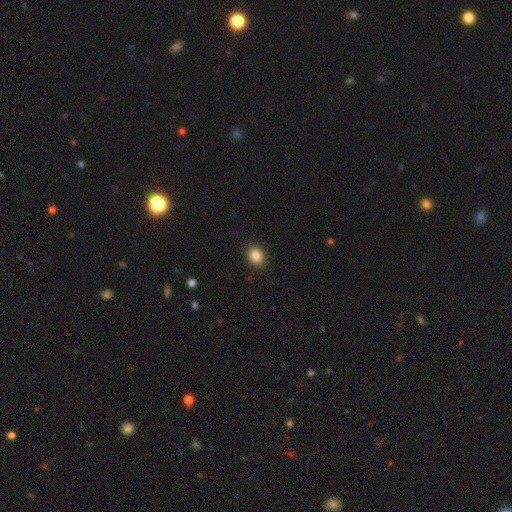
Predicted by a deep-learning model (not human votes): The model was most divided on "how rounded": in between: 57%, round: 42%, cigar-shaped: 1%. More confident: merging — none (89%); smooth or featured — smooth (87%).